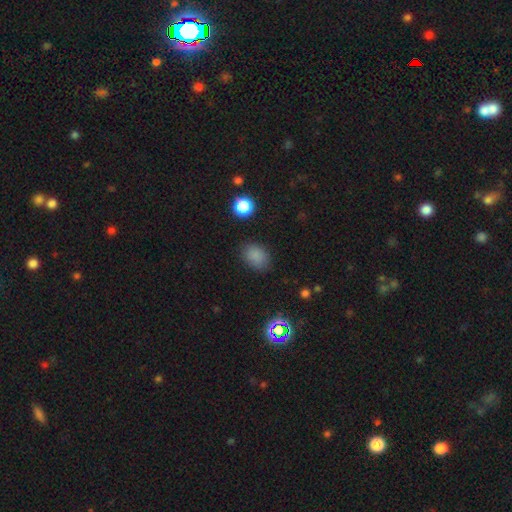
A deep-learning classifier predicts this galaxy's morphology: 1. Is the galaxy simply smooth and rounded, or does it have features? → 82% smooth, 13% star or artifact, 5% featured or disk.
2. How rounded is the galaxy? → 67% in between, 32% round, 1% cigar-shaped.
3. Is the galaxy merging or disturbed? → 83% none, 12% minor disturbance, 4% major disturbance, 1% merger.